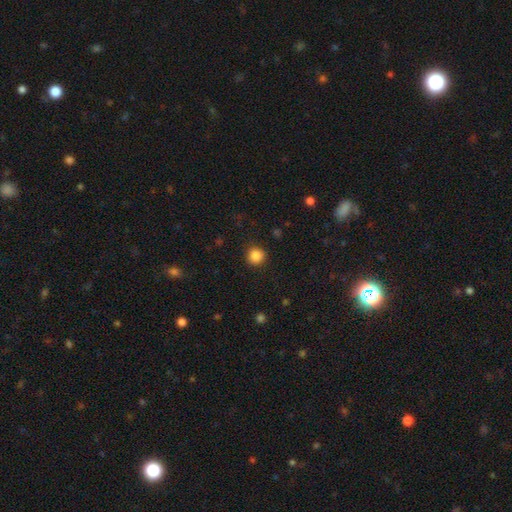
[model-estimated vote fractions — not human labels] Smooth or featured?
  - smooth: 86% *
  - star or artifact: 11%
  - featured or disk: 3%
How rounded?
  - round: 92% *
  - in between: 7%
  - cigar-shaped: 1%
Merging?
  - none: 89% *
  - minor disturbance: 7%
  - major disturbance: 2%
  - merger: 1%